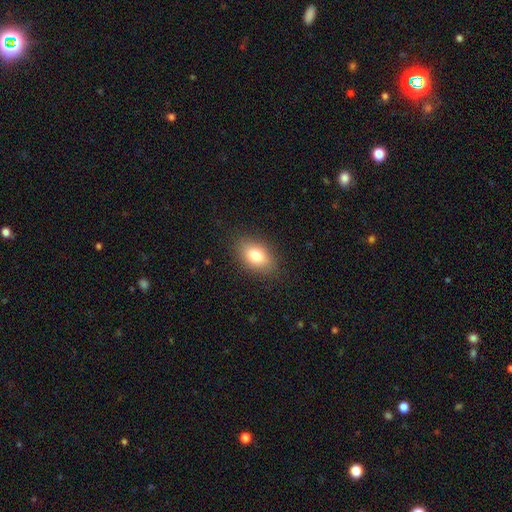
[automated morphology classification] Smooth or featured? smooth (79%)
How rounded? in between (86%)
Merging? none (86%)